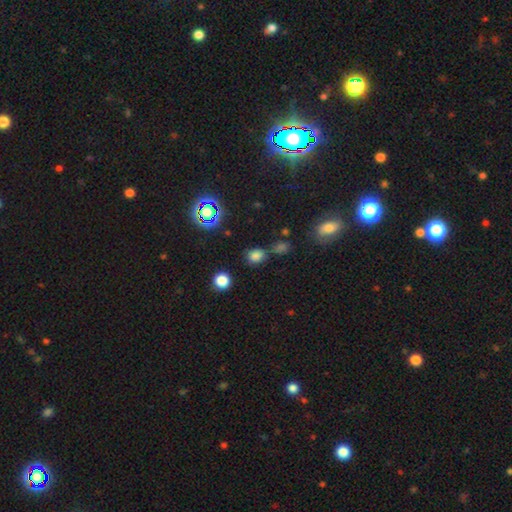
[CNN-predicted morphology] Smooth or featured? Predicted: smooth (p=0.69). How rounded? Predicted: round (p=0.54). Merging? Predicted: none (p=0.65).